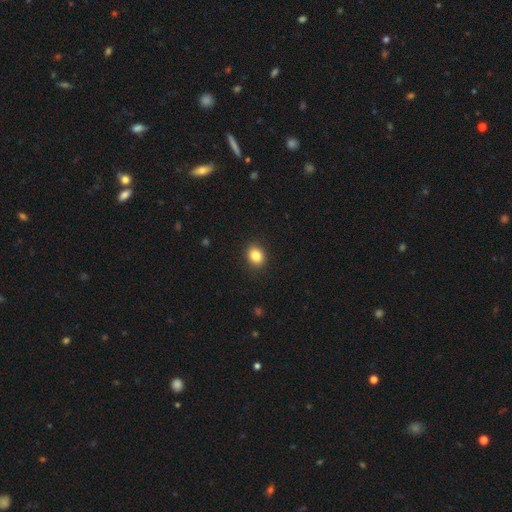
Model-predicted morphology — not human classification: Smooth or featured? smooth (86%)
How rounded? round (50%)
Merging? none (90%)